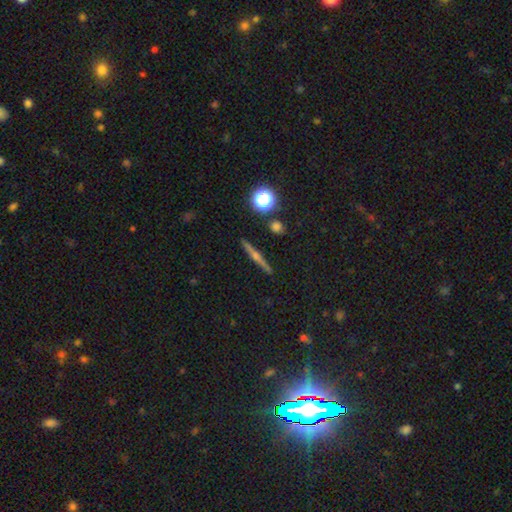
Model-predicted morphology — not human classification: The model was most divided on "smooth or featured": featured or disk: 65%, smooth: 23%, star or artifact: 12%. More confident: edge-on disk — yes (97%); merging — none (92%); edge-on bulge — rounded (85%).